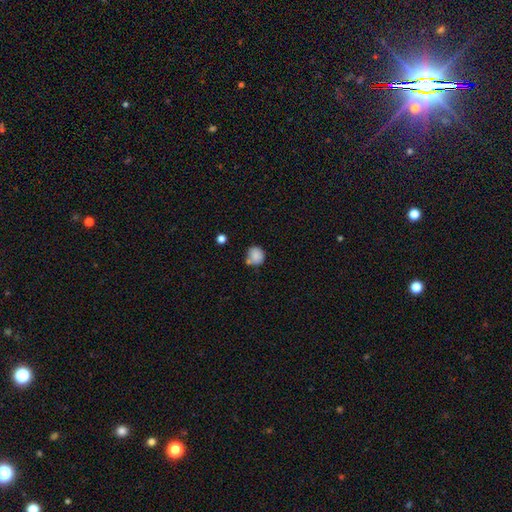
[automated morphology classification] A smooth galaxy with no disk features (84%) that is round (83%). Merging: none (57%).